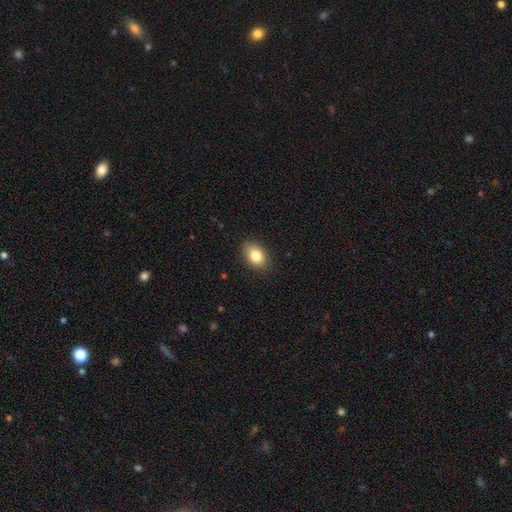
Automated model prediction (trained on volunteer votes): This is clearly a smooth galaxy (84%). How rounded: clearly in between (83%). Merging: clearly none (86%).